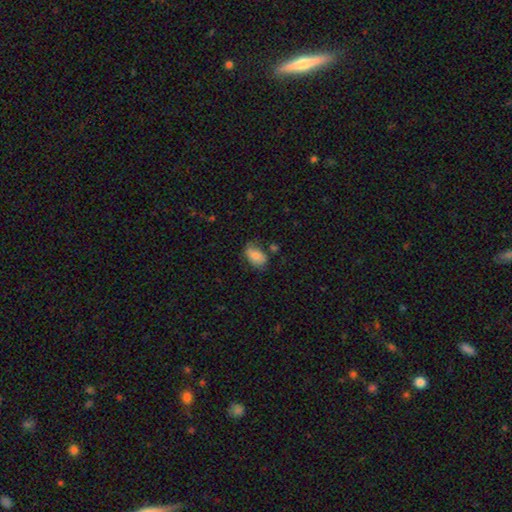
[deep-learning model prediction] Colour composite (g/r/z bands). It shows a smooth galaxy with no disk features (83%) that is in between round and cigar-shaped (90%). Merging: none (58%).